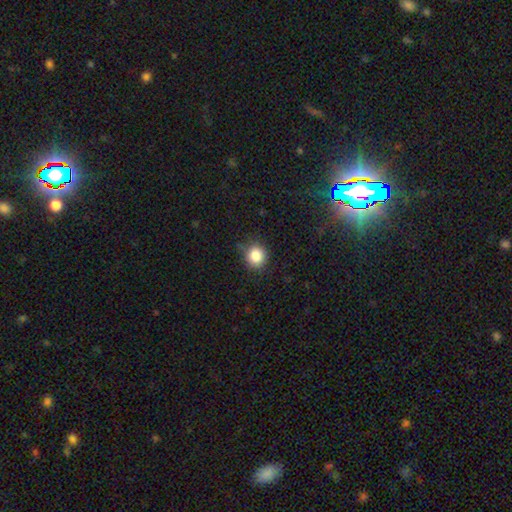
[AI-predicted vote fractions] Q: Smooth or featured?
A: smooth (84%); runner-up: star or artifact (11%)
Q: How rounded?
A: round (85%); runner-up: in between (14%)
Q: Merging?
A: none (81%); runner-up: minor disturbance (15%)